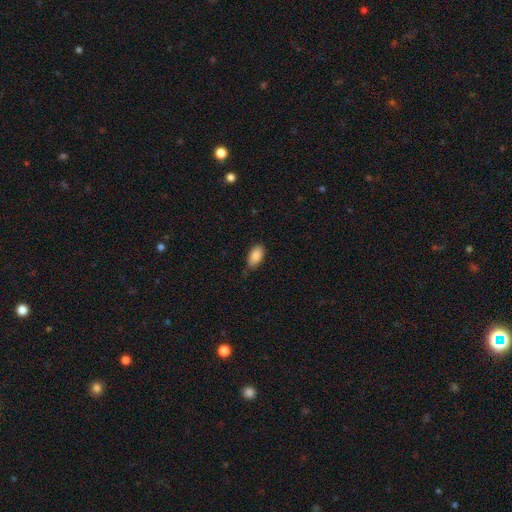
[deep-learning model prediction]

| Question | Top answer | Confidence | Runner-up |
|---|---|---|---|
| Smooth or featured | smooth | 88% | star or artifact (7%) |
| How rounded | in between | 93% | round (3%) |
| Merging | none | 69% | minor disturbance (26%) |